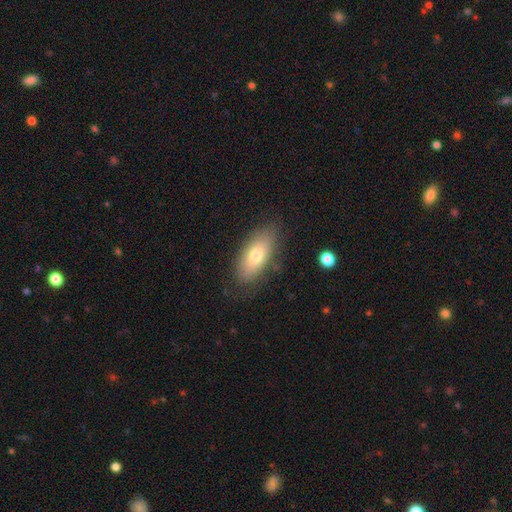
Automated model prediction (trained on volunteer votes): Smooth or featured?
  - smooth: 71% *
  - featured or disk: 22%
  - star or artifact: 7%
How rounded?
  - in between: 85% *
  - cigar-shaped: 12%
  - round: 3%
Merging?
  - none: 79% *
  - minor disturbance: 15%
  - major disturbance: 4%
  - merger: 2%